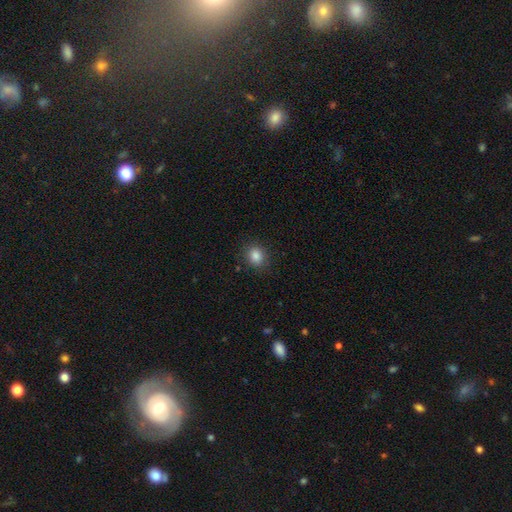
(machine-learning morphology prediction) The model was most divided on "how rounded": round: 64%, in between: 35%, cigar-shaped: 1%. More confident: merging — none (87%); smooth or featured — smooth (85%).